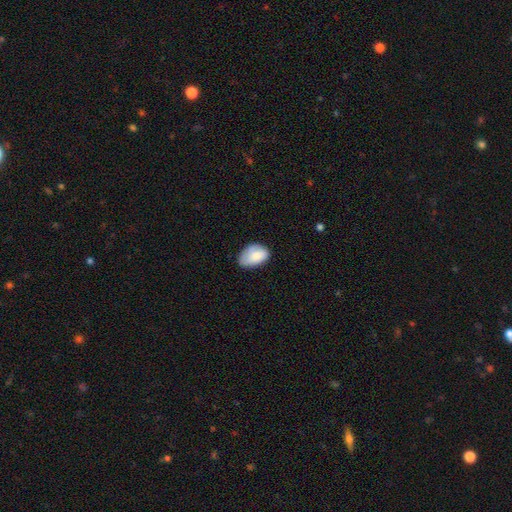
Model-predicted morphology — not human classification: type=smooth (82%); roundness=in between (89%); merging=none (56%).